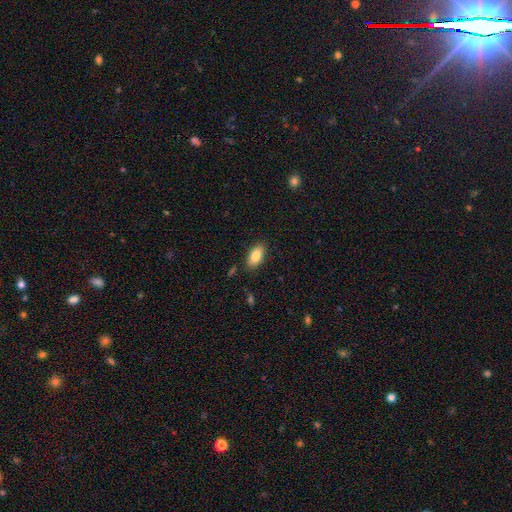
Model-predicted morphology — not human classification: This is clearly a smooth galaxy (85%). How rounded: clearly in between (91%). Merging: clearly none (86%).